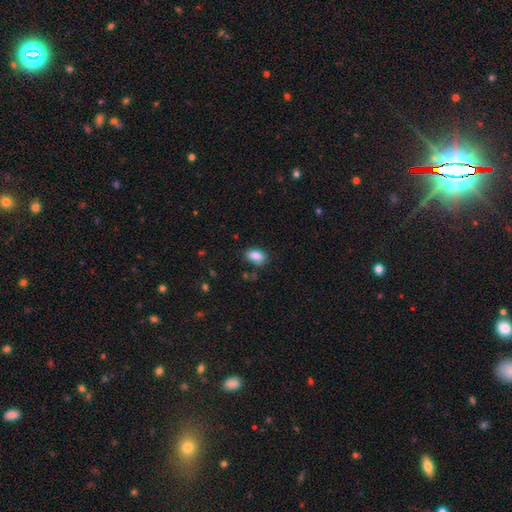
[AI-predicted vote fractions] Smooth or featured?
  - smooth: 86% *
  - star or artifact: 8%
  - featured or disk: 5%
How rounded?
  - in between: 90% *
  - round: 8%
  - cigar-shaped: 2%
Merging?
  - none: 71% *
  - minor disturbance: 21%
  - major disturbance: 5%
  - merger: 3%